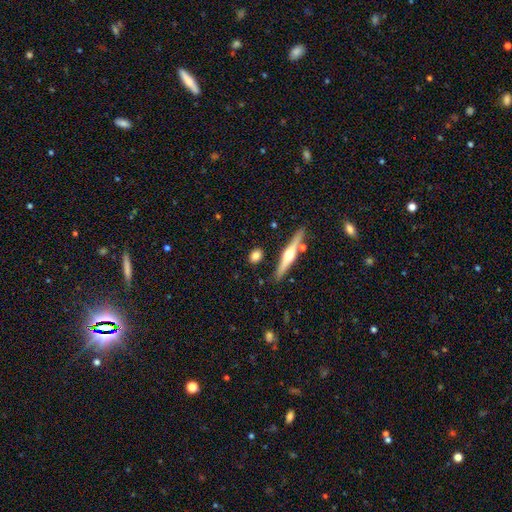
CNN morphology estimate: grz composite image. It shows a smooth galaxy with no disk features (65%) that is in between round and cigar-shaped (44%). Merging: none (83%).